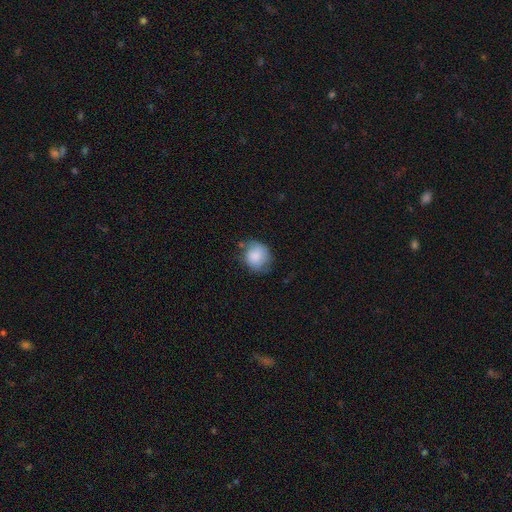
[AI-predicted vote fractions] Smooth or featured: smooth — 83% (featured or disk — 9%)
How rounded: round — 78% (in between — 21%)
Merging: none — 61% (minor disturbance — 28%)